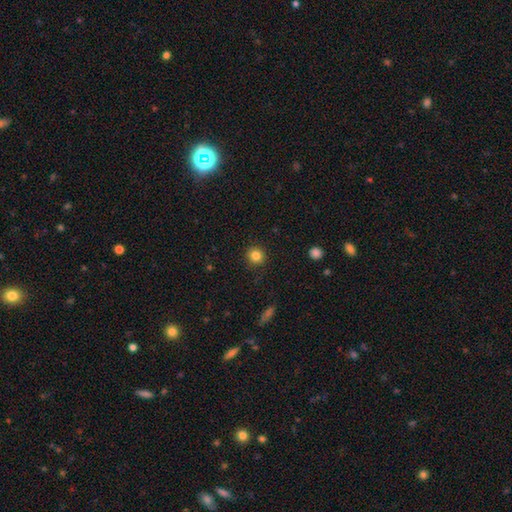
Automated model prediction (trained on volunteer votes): A smooth galaxy with no disk features (84%) that is round (92%).

Vote fractions:
- Smooth or featured? smooth: 84% / star or artifact: 11% / featured or disk: 5%
- How rounded? round: 92% / in between: 7% / cigar-shaped: 1%
- Merging? none: 91% / minor disturbance: 6% / major disturbance: 2% / merger: 1%